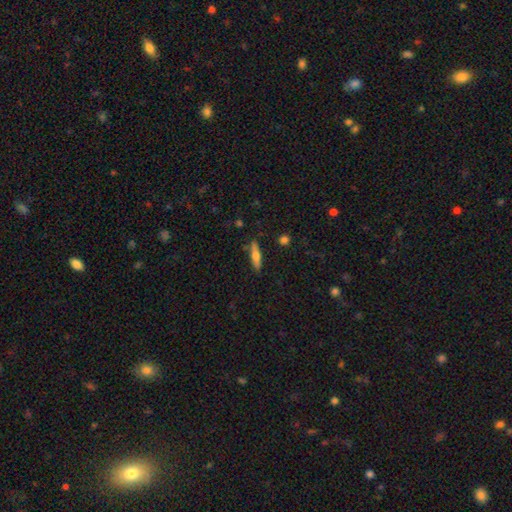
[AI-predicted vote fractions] Smooth or featured?
  - smooth: 57% *
  - featured or disk: 36%
  - star or artifact: 7%
How rounded?
  - cigar-shaped: 78% *
  - in between: 20%
  - round: 2%
Merging?
  - none: 85% *
  - minor disturbance: 10%
  - merger: 2%
  - major disturbance: 2%